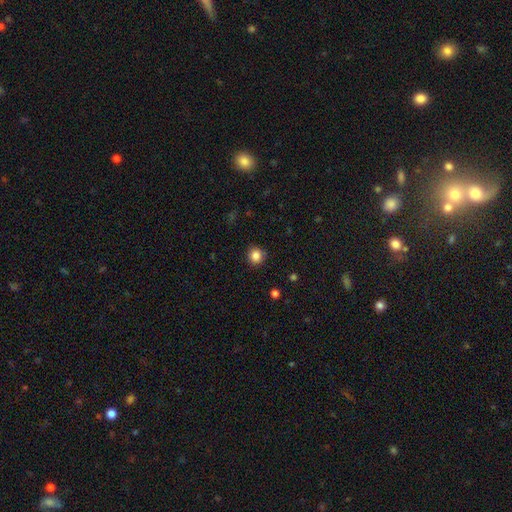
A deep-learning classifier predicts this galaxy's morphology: Smooth or featured? smooth (84%)
How rounded? round (89%)
Merging? none (89%)